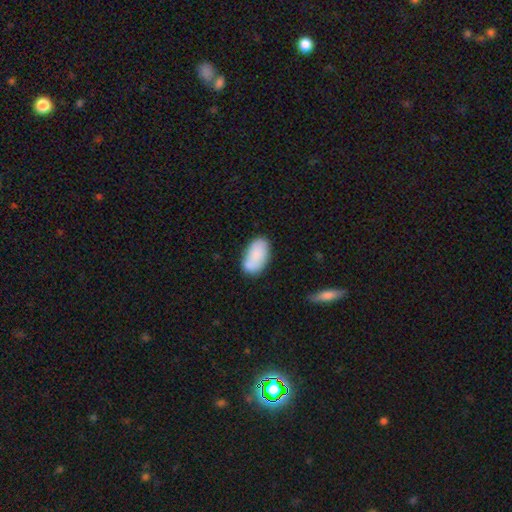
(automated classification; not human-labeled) Smooth or featured? Predicted: smooth (p=0.76). How rounded? Predicted: in between (p=0.94). Merging? Predicted: none (p=0.68).